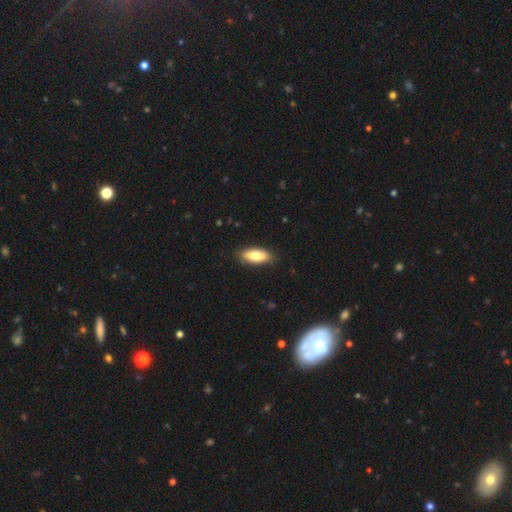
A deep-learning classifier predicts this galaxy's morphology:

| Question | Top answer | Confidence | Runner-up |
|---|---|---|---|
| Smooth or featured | smooth | 78% | featured or disk (16%) |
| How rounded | in between | 78% | cigar-shaped (19%) |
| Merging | none | 86% | minor disturbance (11%) |